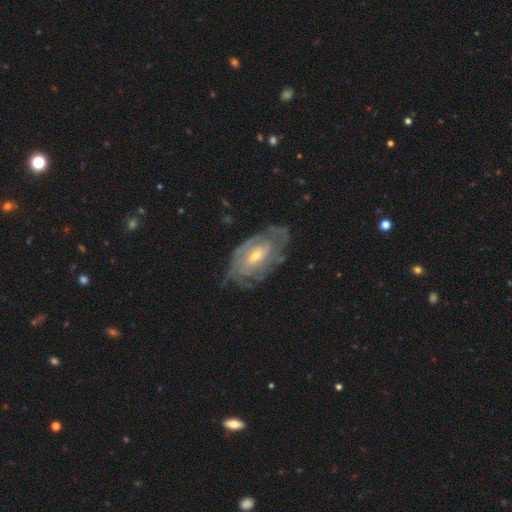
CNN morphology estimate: featured or disk 85%, smooth 10%, star or artifact 5%. Down the decision tree: edge-on disk — no (95%); bar — weak (43%); spiral arms — yes (91%); spiral arm count — can't tell (41%); spiral winding — tight (66%); bulge size — small (57%); merging — none (67%).